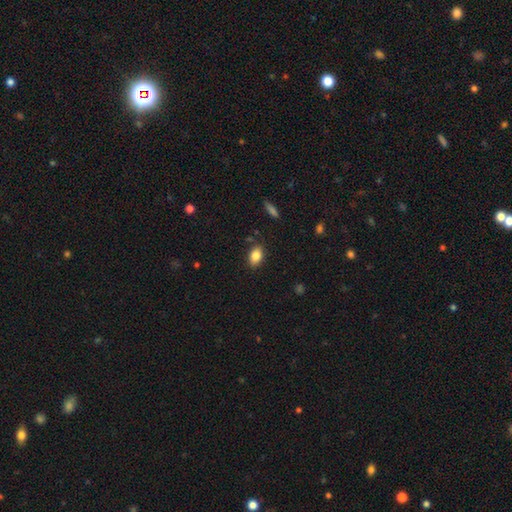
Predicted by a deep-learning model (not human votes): smooth 84%, star or artifact 8%, featured or disk 8%. Down the decision tree: how rounded — in between (86%); merging — none (84%).